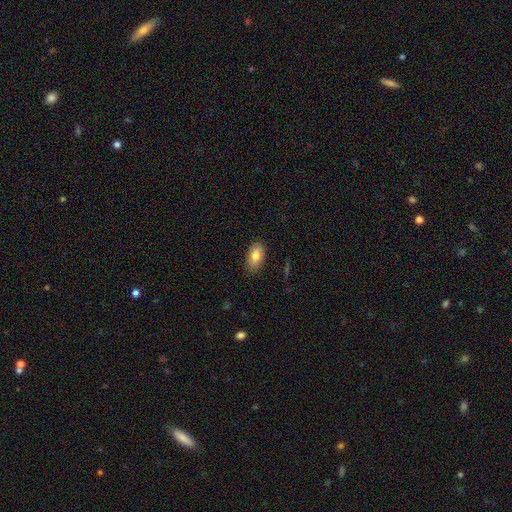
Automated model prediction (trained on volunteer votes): Smooth or featured? Predicted: smooth (p=0.81). How rounded? Predicted: in between (p=0.92). Merging? Predicted: none (p=0.86).